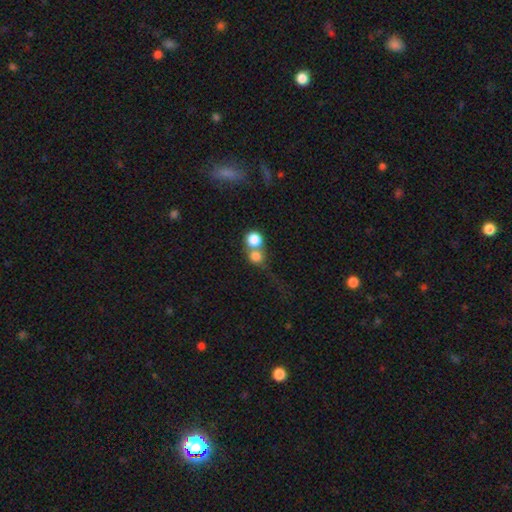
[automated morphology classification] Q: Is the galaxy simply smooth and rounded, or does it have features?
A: smooth — 76%.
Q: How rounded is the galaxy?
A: round — 84%.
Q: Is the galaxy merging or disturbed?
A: merger — 56%.